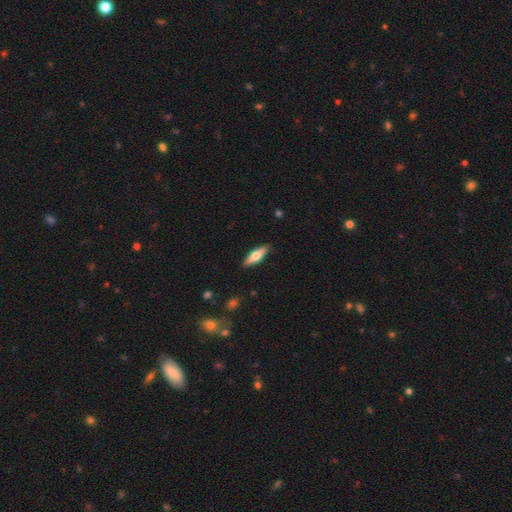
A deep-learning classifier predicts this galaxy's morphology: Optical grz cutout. It shows a smooth galaxy with no disk features (49%). Merging: none (89%).